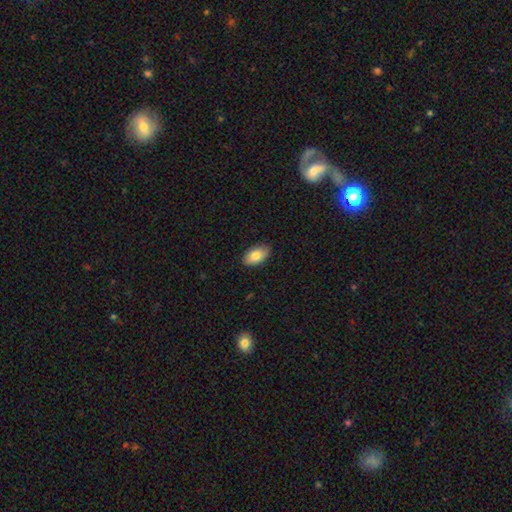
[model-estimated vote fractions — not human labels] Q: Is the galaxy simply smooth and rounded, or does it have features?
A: smooth — 82%.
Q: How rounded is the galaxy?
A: in between — 94%.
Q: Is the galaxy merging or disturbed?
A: none — 88%.